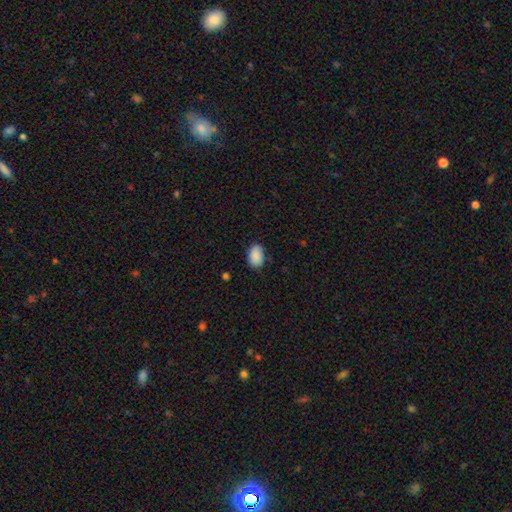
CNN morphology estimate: smooth 89%, star or artifact 7%, featured or disk 4%. Down the decision tree: how rounded — in between (86%); merging — none (80%).